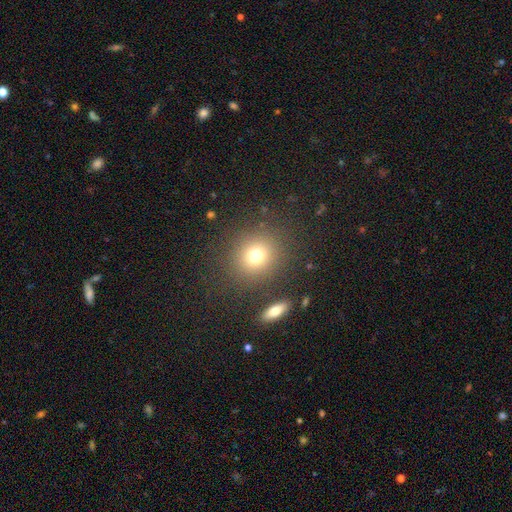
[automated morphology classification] smooth 74%, star or artifact 15%, featured or disk 11%. Down the decision tree: how rounded — round (85%); merging — none (84%).